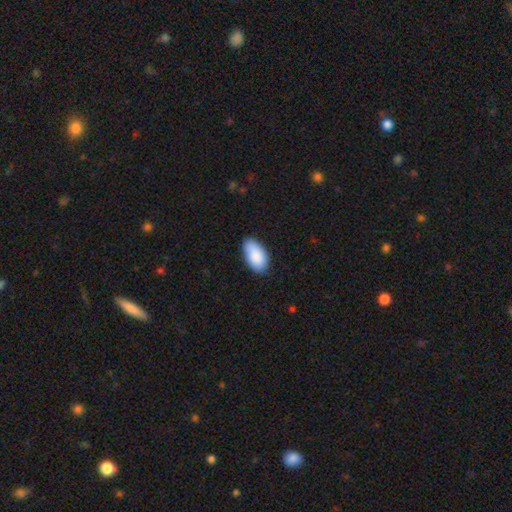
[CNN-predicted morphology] Smooth or featured: smooth — 88% (star or artifact — 6%)
How rounded: in between — 95% (round — 3%)
Merging: none — 77% (minor disturbance — 19%)